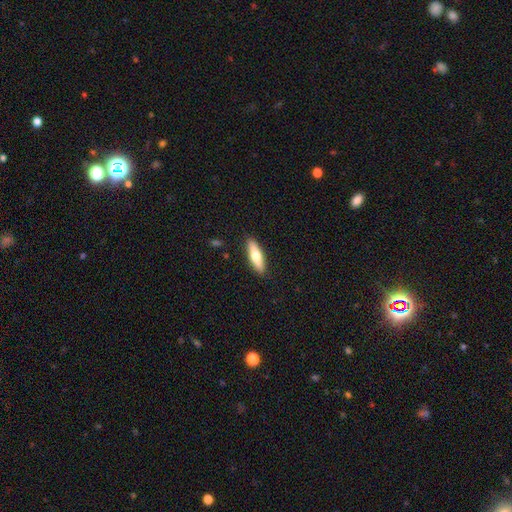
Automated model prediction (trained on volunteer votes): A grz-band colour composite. It shows a smooth galaxy with no disk features (65%) that is cigar-shaped (60%). Merging: none (89%).